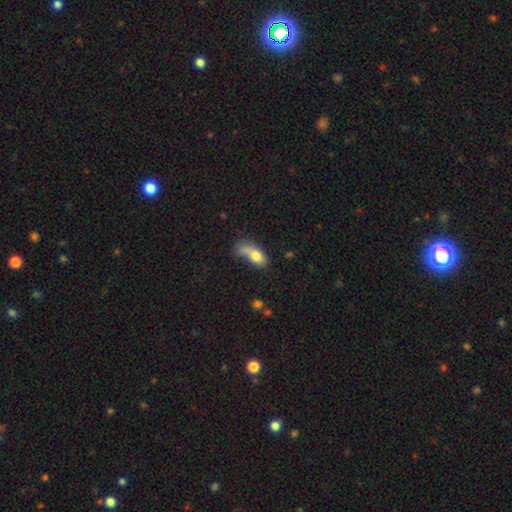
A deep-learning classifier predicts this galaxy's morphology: A smooth galaxy with no disk features (74%) that is in between round and cigar-shaped (79%). Merging: merger (32%).